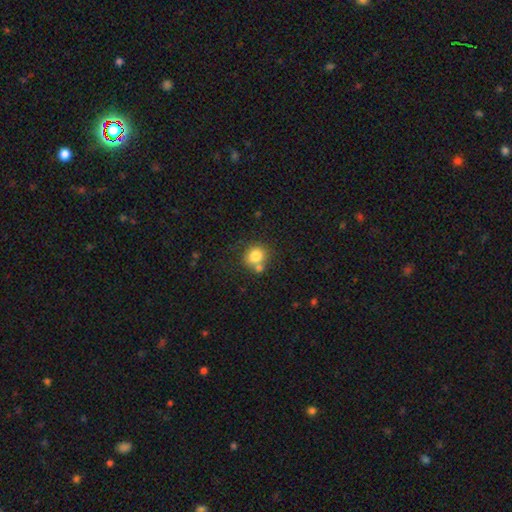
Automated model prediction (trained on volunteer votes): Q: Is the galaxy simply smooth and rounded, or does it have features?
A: smooth — 79%.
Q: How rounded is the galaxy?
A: round — 80%.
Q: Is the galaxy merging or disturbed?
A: none — 60%.